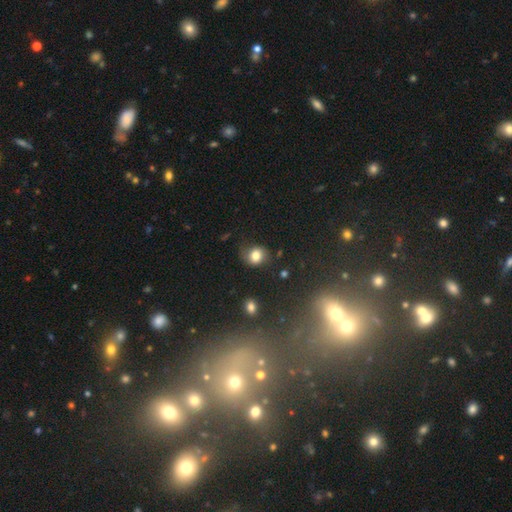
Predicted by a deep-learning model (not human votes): Smooth or featured? smooth (76%)
How rounded? round (66%)
Merging? none (66%)